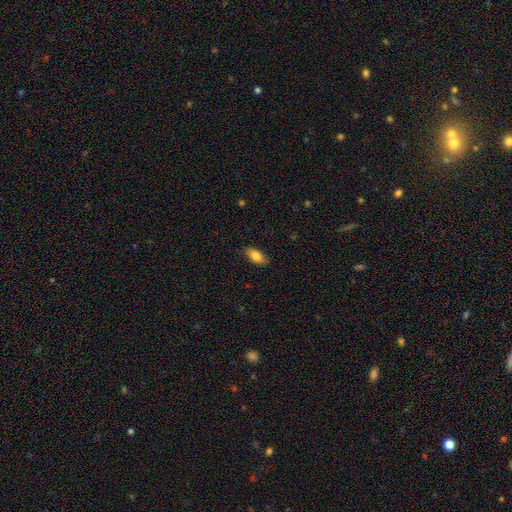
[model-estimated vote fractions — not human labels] The model was most divided on "merging": none: 83%, minor disturbance: 14%, major disturbance: 3%, merger: 1%. More confident: how rounded — in between (89%); smooth or featured — smooth (83%).